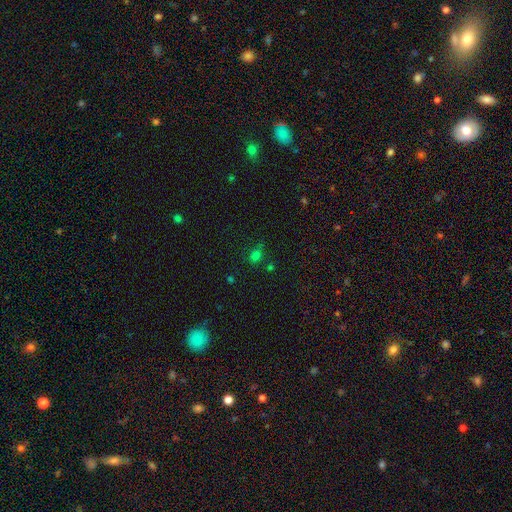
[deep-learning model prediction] A smooth galaxy with no disk features (67%) that is round (52%). Merging: none (64%).